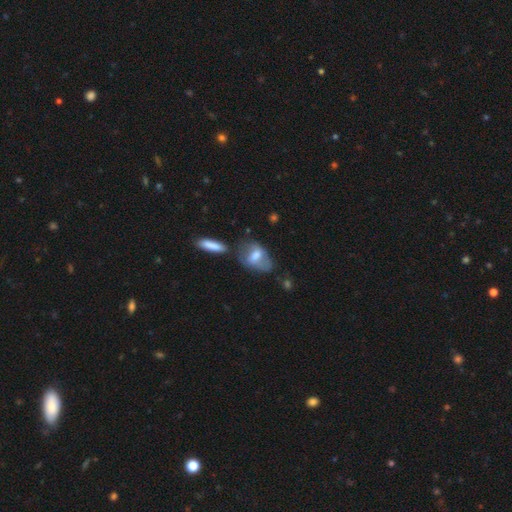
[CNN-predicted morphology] Smooth or featured? Predicted: smooth (p=0.57). How rounded? Predicted: in between (p=0.84). Merging? Predicted: none (p=0.45).